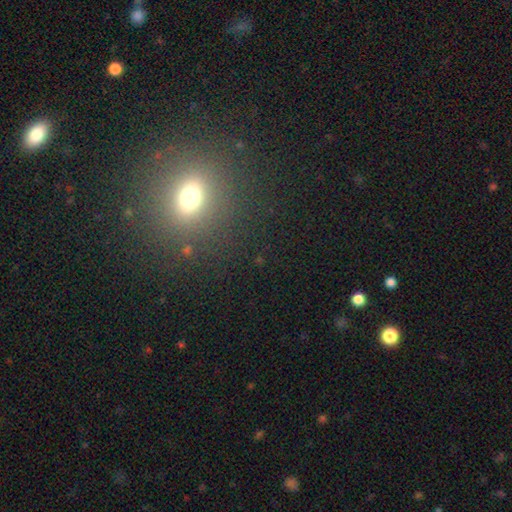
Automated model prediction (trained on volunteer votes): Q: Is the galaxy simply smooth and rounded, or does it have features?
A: smooth — 59%.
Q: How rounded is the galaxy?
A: round — 57%.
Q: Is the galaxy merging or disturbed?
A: none — 90%.